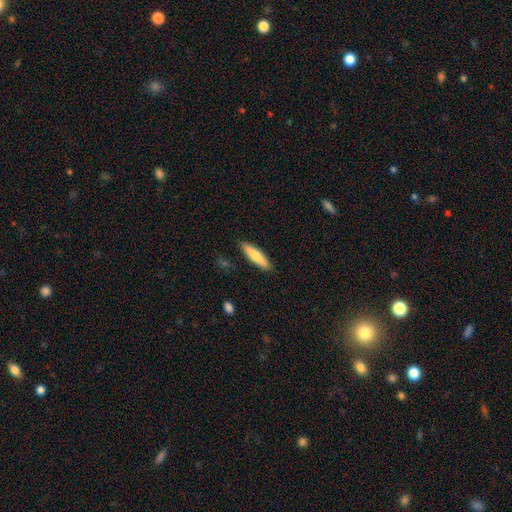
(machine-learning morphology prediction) smooth-or-featured: smooth: 76% | featured or disk: 19% | star or artifact: 6%
  how-rounded: cigar-shaped: 75% | in between: 24% | round: 1%
  merging: none: 88% | minor disturbance: 8% | major disturbance: 2% | merger: 1%